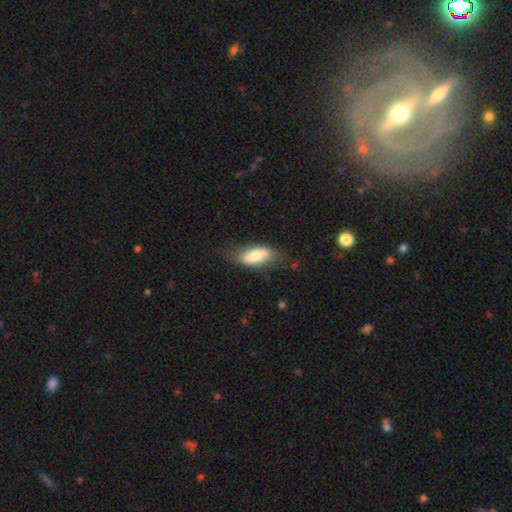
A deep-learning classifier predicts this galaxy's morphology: type=smooth (71%); roundness=in between (85%); merging=none (64%).